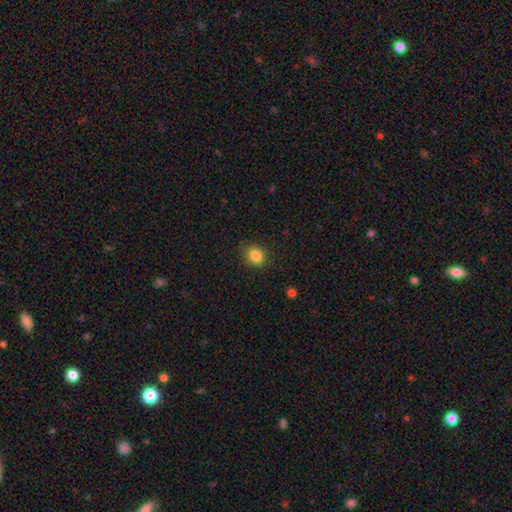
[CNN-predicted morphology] The model was most divided on "how rounded": round: 69%, in between: 30%, cigar-shaped: 1%. More confident: smooth or featured — smooth (85%); merging — none (81%).